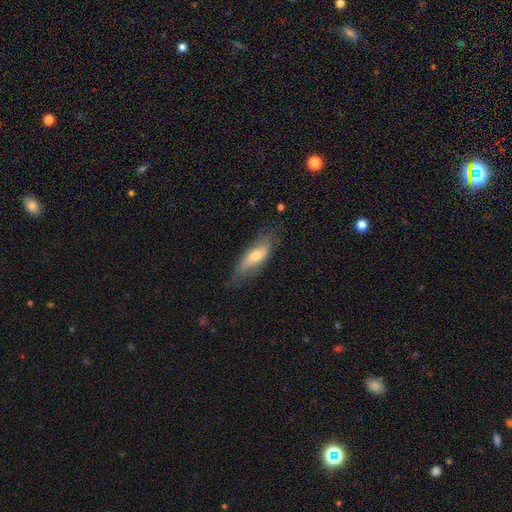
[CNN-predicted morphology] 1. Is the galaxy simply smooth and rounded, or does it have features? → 56% smooth, 37% featured or disk, 7% star or artifact.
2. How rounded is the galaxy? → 61% in between, 37% cigar-shaped, 2% round.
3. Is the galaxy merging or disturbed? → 66% none, 26% minor disturbance, 7% major disturbance, 2% merger.